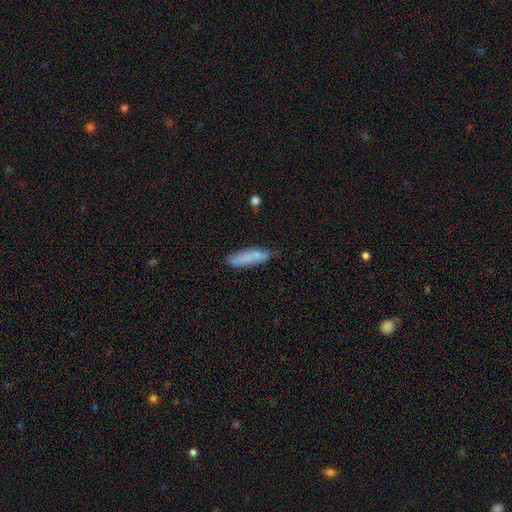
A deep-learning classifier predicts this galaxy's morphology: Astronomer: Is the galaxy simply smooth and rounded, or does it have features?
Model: smooth — 79%.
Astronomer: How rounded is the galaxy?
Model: cigar-shaped — 75%.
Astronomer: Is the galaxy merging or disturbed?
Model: none — 76%.